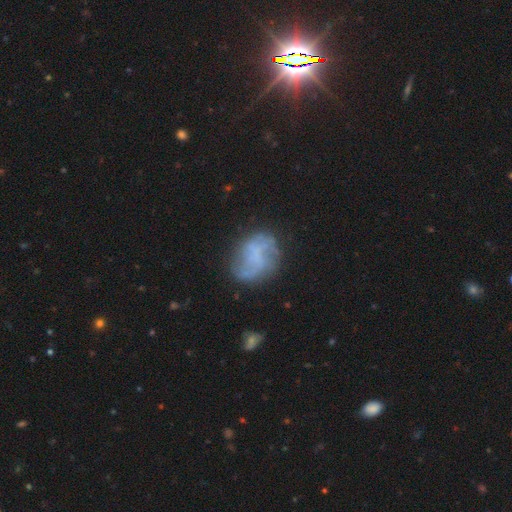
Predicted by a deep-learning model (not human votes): Q: Smooth or featured?
A: featured or disk (61%); runner-up: smooth (29%)
Q: Edge-on disk?
A: no (98%); runner-up: yes (2%)
Q: Bar?
A: no (63%); runner-up: weak (29%)
Q: Spiral arms?
A: yes (72%); runner-up: no (28%)
Q: Bulge size?
A: none (71%); runner-up: small (15%)
Q: Merging?
A: none (62%); runner-up: minor disturbance (22%)